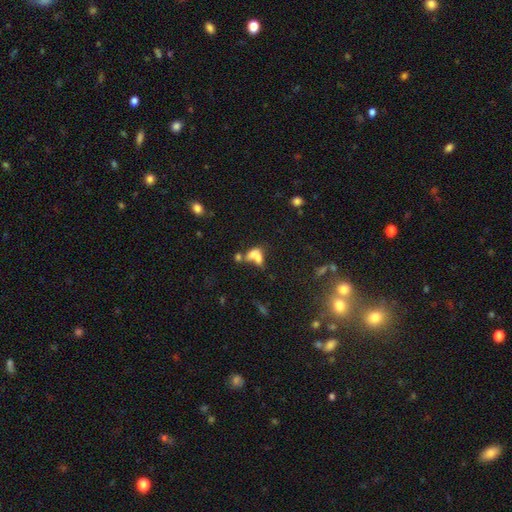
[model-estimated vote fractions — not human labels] Morphology: type=smooth (59%); roundness=in between (73%); merging=merger (60%).